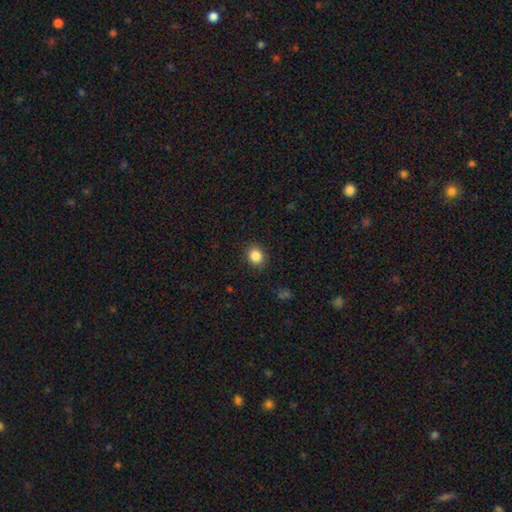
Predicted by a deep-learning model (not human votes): smooth_or_featured: smooth (p=0.86) [alt: star or artifact p=0.10]
how_rounded: round (p=0.69) [alt: in between p=0.30]
merging: none (p=0.88) [alt: minor disturbance p=0.09]